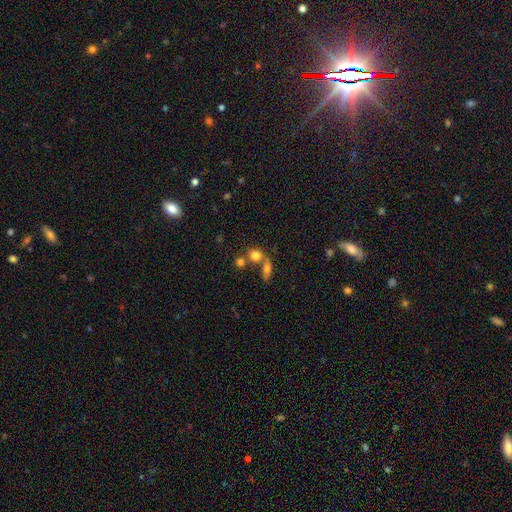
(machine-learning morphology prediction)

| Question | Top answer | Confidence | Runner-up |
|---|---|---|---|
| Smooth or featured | smooth | 76% | featured or disk (12%) |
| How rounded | round | 70% | in between (27%) |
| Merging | merger | 43% | none (42%) |